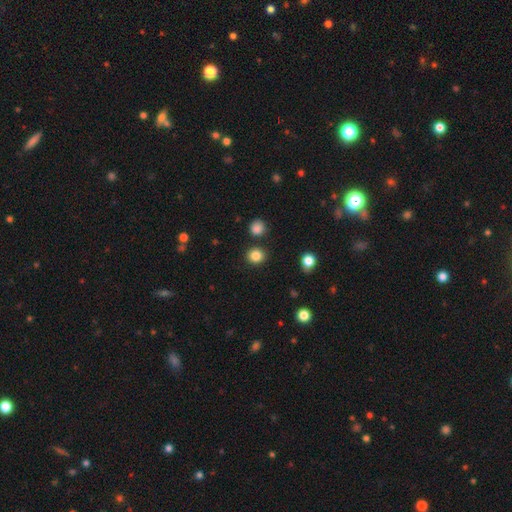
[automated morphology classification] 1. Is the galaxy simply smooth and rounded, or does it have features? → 85% smooth, 11% star or artifact, 4% featured or disk.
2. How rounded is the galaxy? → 86% round, 13% in between, 1% cigar-shaped.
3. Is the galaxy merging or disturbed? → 88% none, 6% minor disturbance, 3% merger, 2% major disturbance.